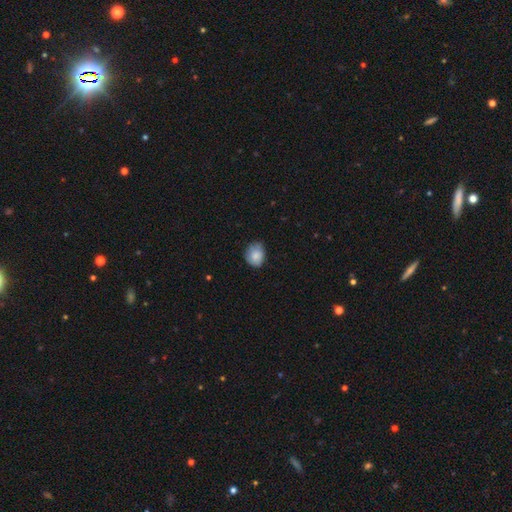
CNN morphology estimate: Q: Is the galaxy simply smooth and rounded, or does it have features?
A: smooth — 82%.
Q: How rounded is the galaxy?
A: round — 55%.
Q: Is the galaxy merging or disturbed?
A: none — 61%.